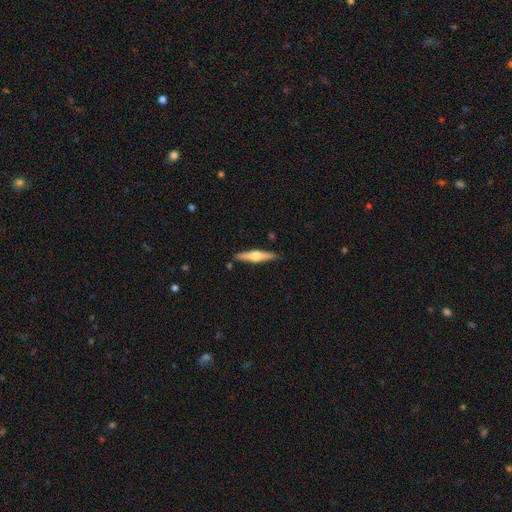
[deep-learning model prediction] This appears to be a featured or disk galaxy (60%) viewed edge-on (96%) with a rounded central bulge (93%). Merging: none (88%).